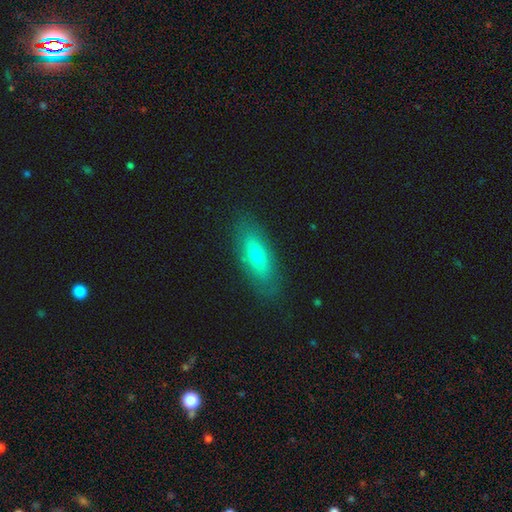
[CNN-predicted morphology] A smooth galaxy with no disk features (61%) that is in between round and cigar-shaped (64%). Merging: none (84%).